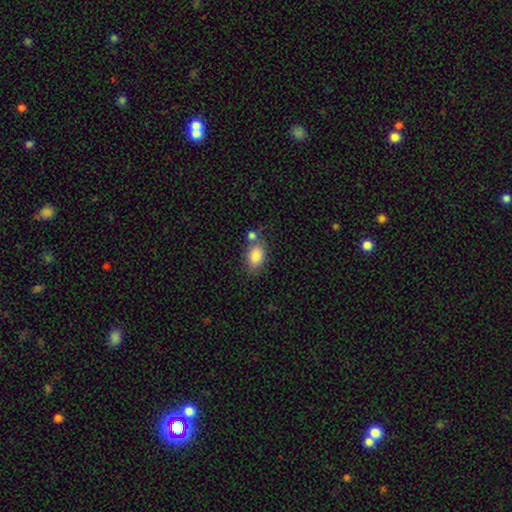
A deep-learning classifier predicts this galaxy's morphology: smooth 85%, star or artifact 8%, featured or disk 7%. Down the decision tree: how rounded — in between (84%); merging — none (55%).